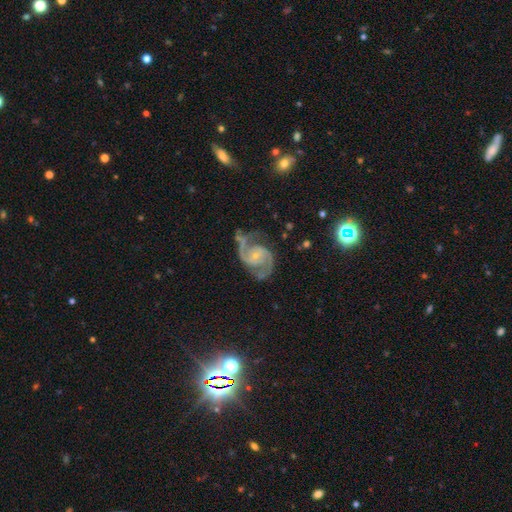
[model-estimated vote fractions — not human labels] Smooth or featured? Predicted: featured or disk (p=0.92). Edge-on disk? Predicted: no (p=0.98). Bar? Predicted: no (p=0.61). Spiral arms? Predicted: yes (p=0.98). Spiral winding? Predicted: medium (p=0.60). Spiral arm count? Predicted: 2 (p=0.93). Bulge size? Predicted: small (p=0.74). Merging? Predicted: none (p=0.69).